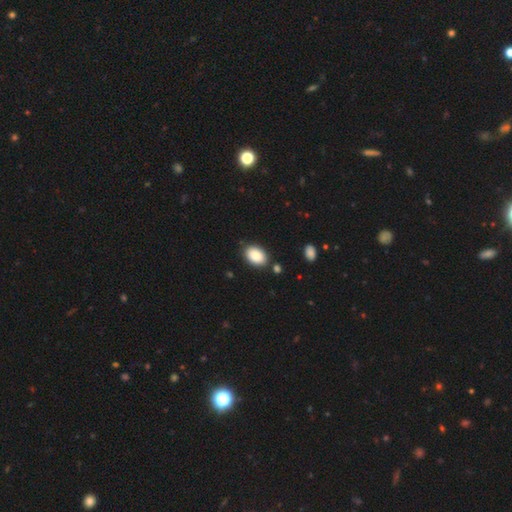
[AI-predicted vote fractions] The model was most divided on "merging": none: 84%, minor disturbance: 10%, merger: 4%, major disturbance: 3%. More confident: smooth or featured — smooth (89%); how rounded — in between (88%).